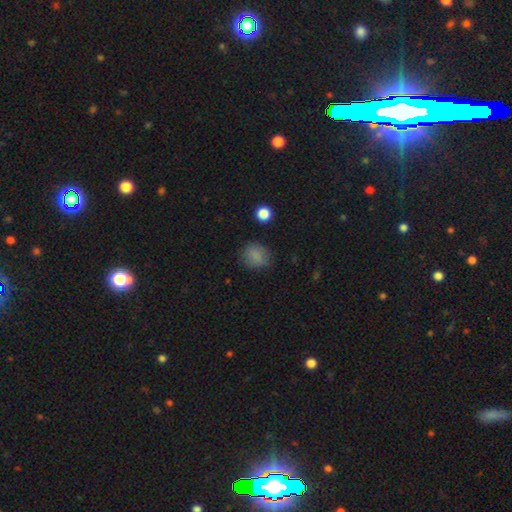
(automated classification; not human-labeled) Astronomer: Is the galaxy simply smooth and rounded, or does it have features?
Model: smooth — 81%.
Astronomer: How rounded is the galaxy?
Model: round — 75%.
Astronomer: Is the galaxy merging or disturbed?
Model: none — 75%.